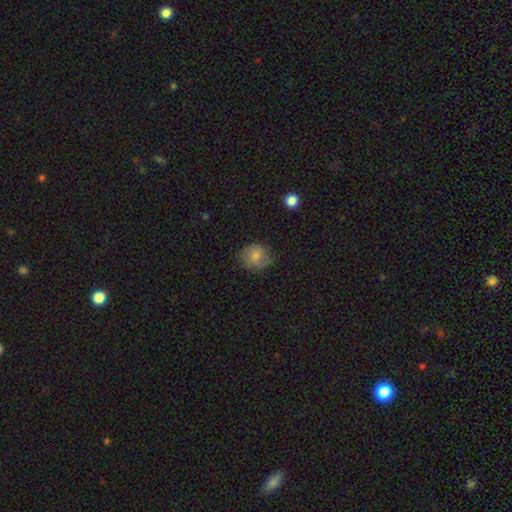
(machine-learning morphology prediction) smooth-or-featured: smooth: 67% | featured or disk: 24% | star or artifact: 9%
  how-rounded: round: 76% | in between: 23% | cigar-shaped: 1%
  merging: none: 72% | minor disturbance: 21% | major disturbance: 6% | merger: 1%